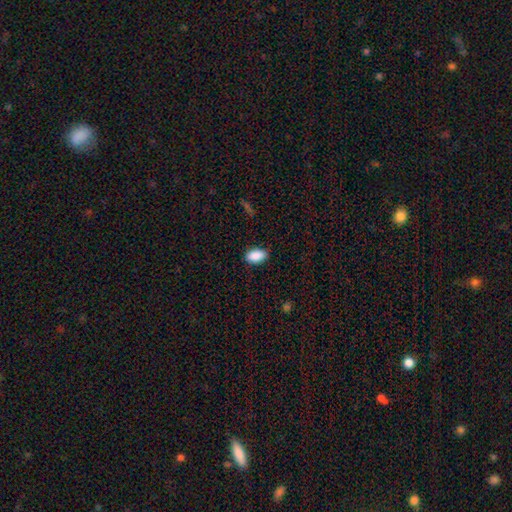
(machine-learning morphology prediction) Smooth or featured: smooth — 90% (star or artifact — 7%)
How rounded: in between — 93% (round — 5%)
Merging: none — 84% (minor disturbance — 13%)